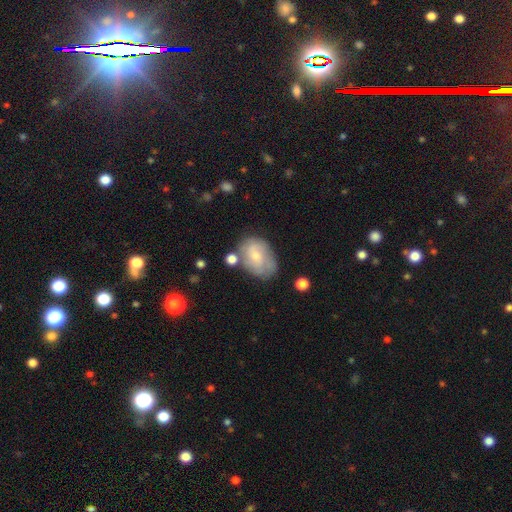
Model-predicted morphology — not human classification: This appears to be a smooth galaxy with no disk features (52%) that is in between round and cigar-shaped (77%). Merging: none (57%).